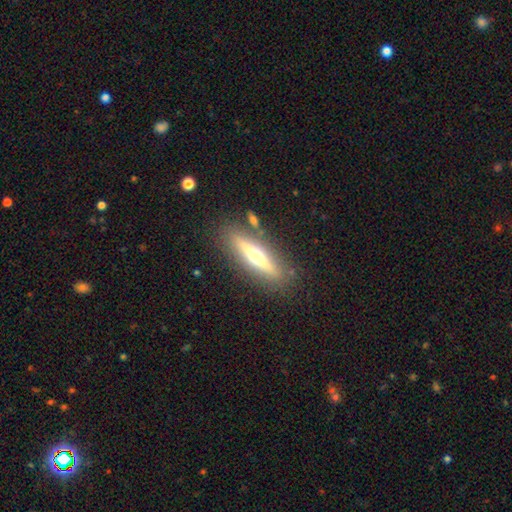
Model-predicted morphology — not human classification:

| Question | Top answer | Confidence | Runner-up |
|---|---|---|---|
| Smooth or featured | featured or disk | 58% | smooth (35%) |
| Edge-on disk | yes | 89% | no (11%) |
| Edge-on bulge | rounded | 93% | none (5%) |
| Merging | none | 83% | minor disturbance (10%) |